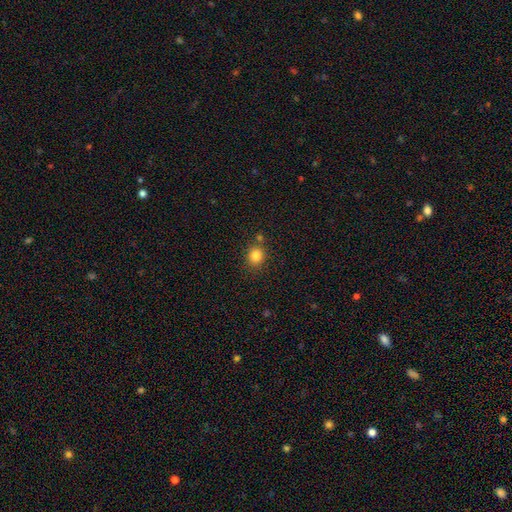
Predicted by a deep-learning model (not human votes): The model was most divided on "how rounded": round: 78%, in between: 21%, cigar-shaped: 1%. More confident: smooth or featured — smooth (83%); merging — none (78%).